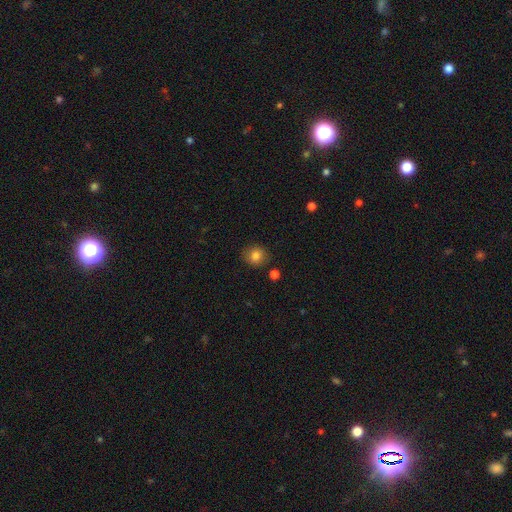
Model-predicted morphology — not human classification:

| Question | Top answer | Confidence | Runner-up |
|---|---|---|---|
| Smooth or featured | smooth | 82% | star or artifact (11%) |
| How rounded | round | 81% | in between (18%) |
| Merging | none | 85% | minor disturbance (10%) |